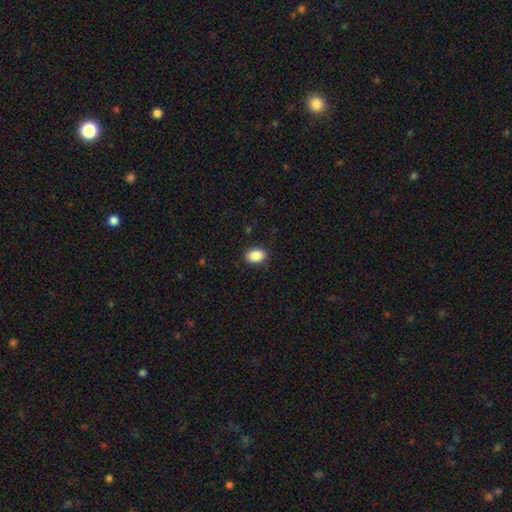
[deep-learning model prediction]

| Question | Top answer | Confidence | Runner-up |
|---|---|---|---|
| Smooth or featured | smooth | 89% | star or artifact (8%) |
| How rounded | in between | 82% | round (16%) |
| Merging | none | 89% | minor disturbance (8%) |